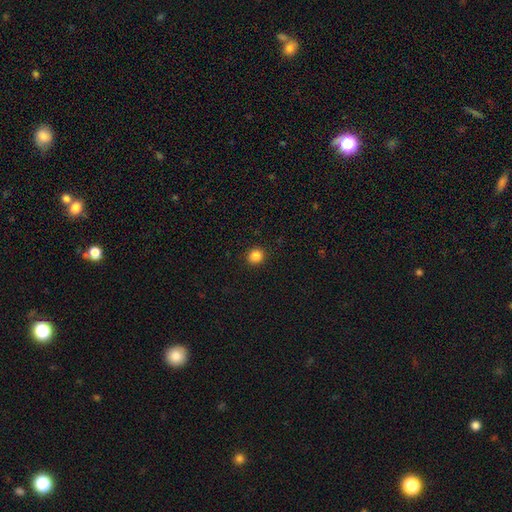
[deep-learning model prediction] Morphology: type=smooth (85%); roundness=round (87%); merging=none (92%).